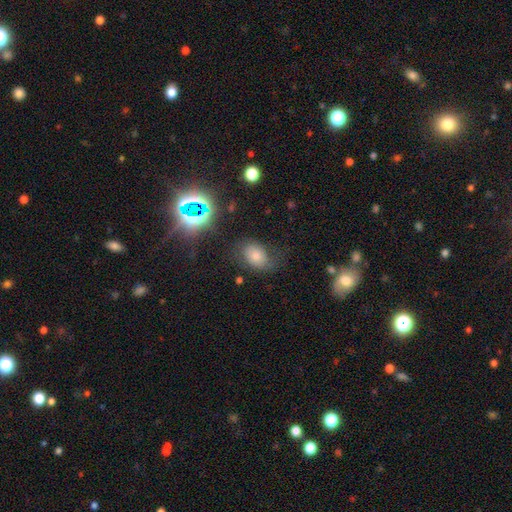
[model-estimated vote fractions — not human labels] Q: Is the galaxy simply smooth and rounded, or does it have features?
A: smooth — 53%.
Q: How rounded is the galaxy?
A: in between — 78%.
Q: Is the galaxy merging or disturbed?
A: none — 64%.